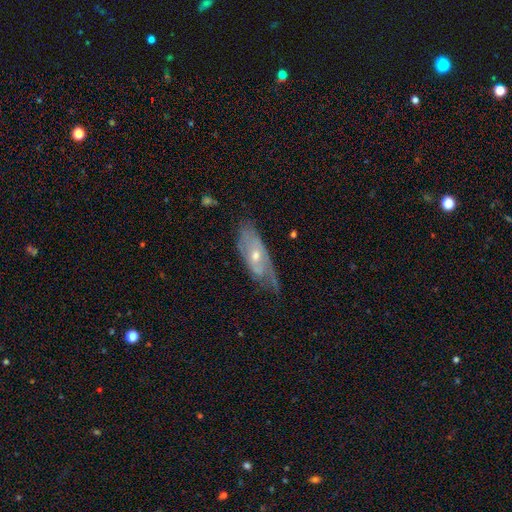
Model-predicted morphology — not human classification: A featured or disk galaxy (69%) with no bar (66%), spiral arms (74%) and a moderate central bulge (59%).

Vote fractions:
- Smooth or featured? featured or disk: 69% / smooth: 25% / star or artifact: 6%
- Edge-on disk? no: 80% / yes: 20%
- Bar? no: 66% / weak: 28% / strong: 6%
- Spiral arms? yes: 74% / no: 26%
- Bulge size? moderate: 59% / small: 37% / large: 2% / none: 1% / dominant: 1%
- Merging? none: 52% / minor disturbance: 33% / major disturbance: 13% / merger: 2%